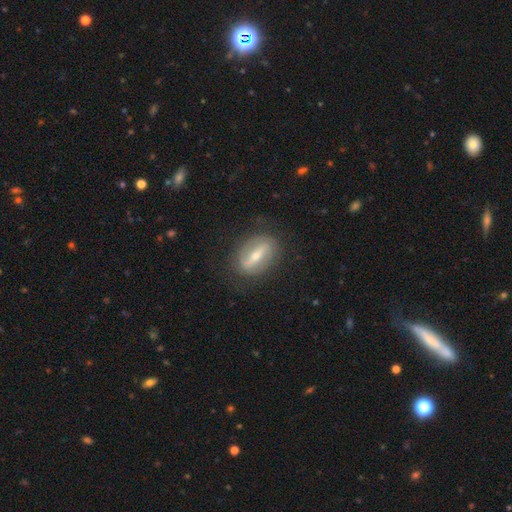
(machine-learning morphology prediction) A featured or disk galaxy (73%) with a strong bar (75%), spiral arms (51%) and a small central bulge (55%). Merging: none (82%).